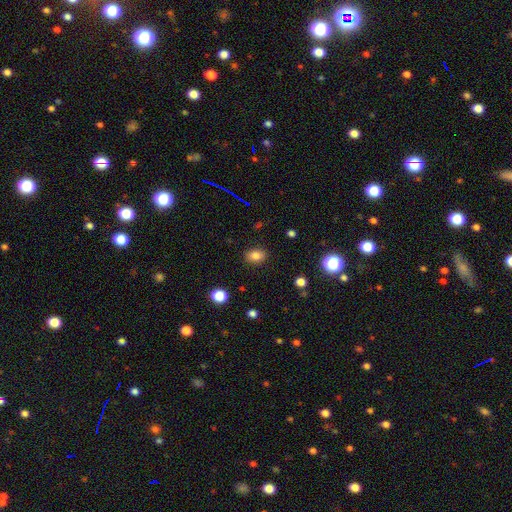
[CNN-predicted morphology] Smooth or featured? Predicted: smooth (p=0.82). How rounded? Predicted: in between (p=0.68). Merging? Predicted: none (p=0.87).